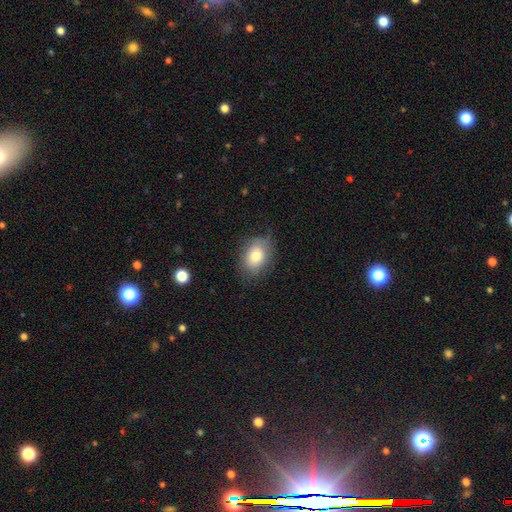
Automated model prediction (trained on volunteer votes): Smooth or featured? Predicted: smooth (p=0.77). How rounded? Predicted: in between (p=0.75). Merging? Predicted: none (p=0.70).